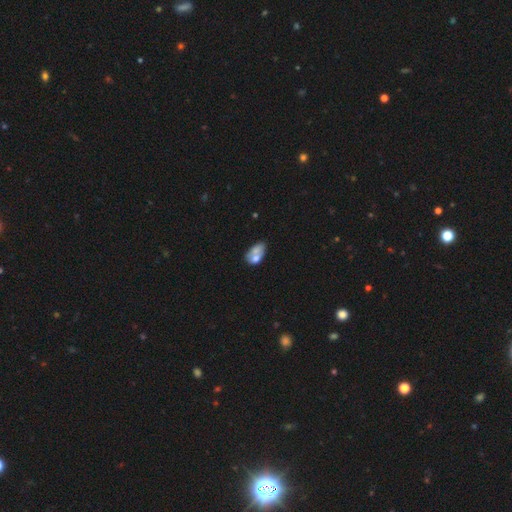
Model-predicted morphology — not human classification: A smooth galaxy with no disk features (60%) that is in between round and cigar-shaped (84%). Merging: merger (43%).